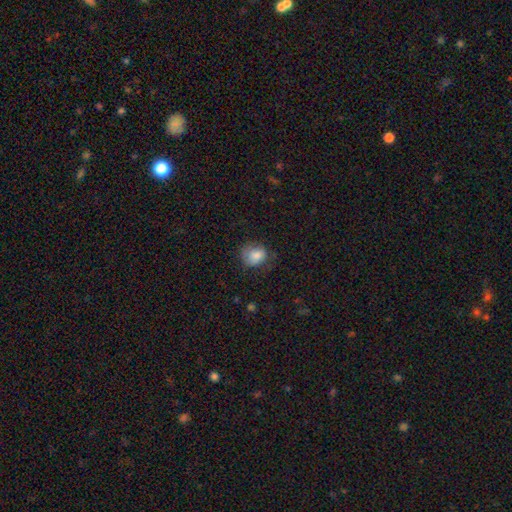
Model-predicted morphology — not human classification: type=smooth (81%); roundness=round (58%); merging=none (54%).